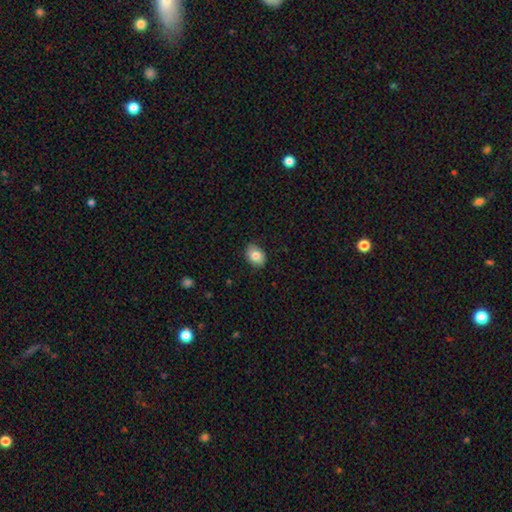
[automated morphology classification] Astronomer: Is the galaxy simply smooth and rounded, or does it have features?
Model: smooth — 82%.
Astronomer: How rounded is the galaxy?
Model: in between — 75%.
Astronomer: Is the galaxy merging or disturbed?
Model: none — 84%.